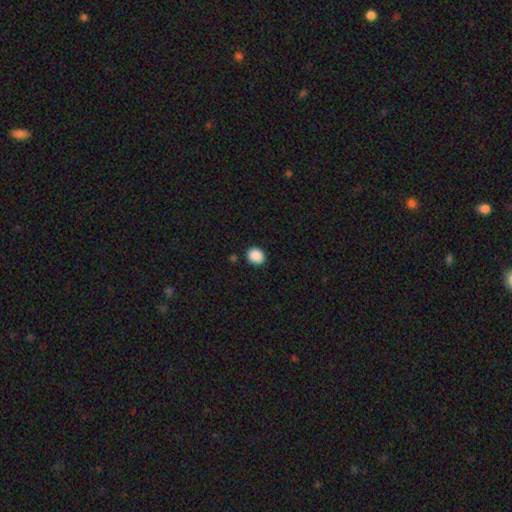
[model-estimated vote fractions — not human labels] Smooth or featured? Predicted: smooth (p=0.89). How rounded? Predicted: round (p=0.52). Merging? Predicted: none (p=0.88).